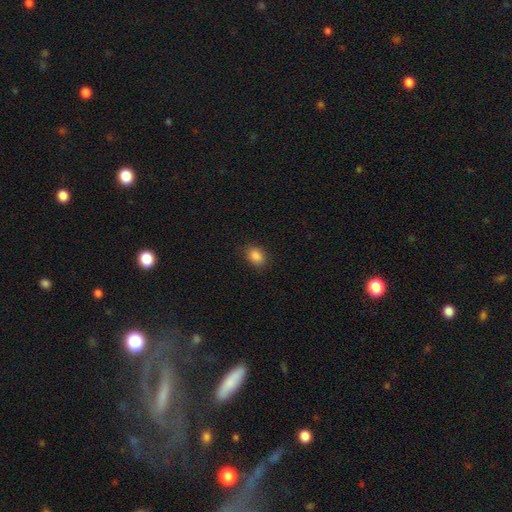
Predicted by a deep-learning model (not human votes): This is clearly a smooth galaxy (86%). How rounded: likely in between (75%). Merging: clearly none (85%).